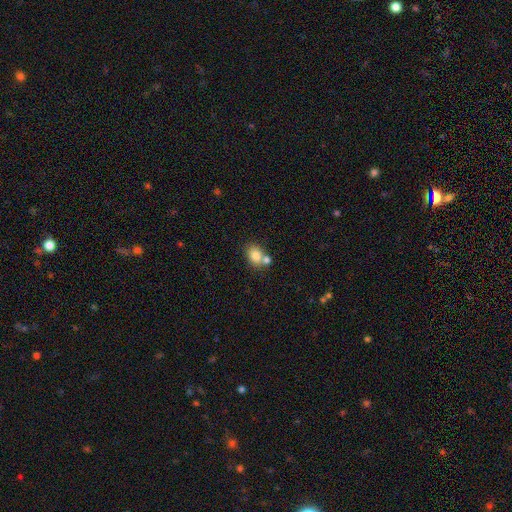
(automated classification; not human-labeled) Smooth or featured? Predicted: smooth (p=0.81). How rounded? Predicted: in between (p=0.56). Merging? Predicted: none (p=0.50).